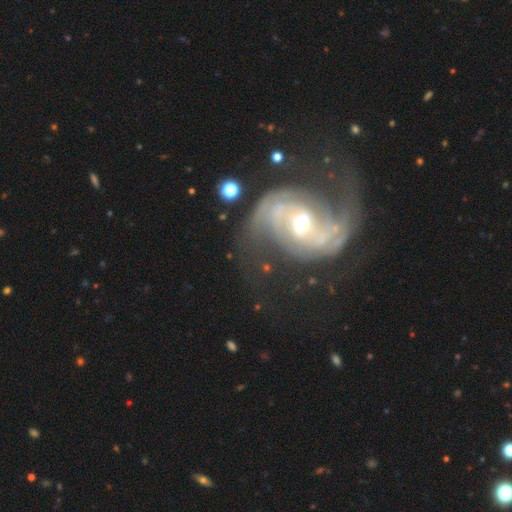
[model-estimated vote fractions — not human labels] Smooth or featured? Predicted: featured or disk (p=0.89). Edge-on disk? Predicted: no (p=0.97). Bar? Predicted: weak (p=0.38). Spiral arms? Predicted: yes (p=0.96). Spiral winding? Predicted: medium (p=0.46). Spiral arm count? Predicted: 2 (p=0.91). Bulge size? Predicted: moderate (p=0.54). Merging? Predicted: none (p=0.67).